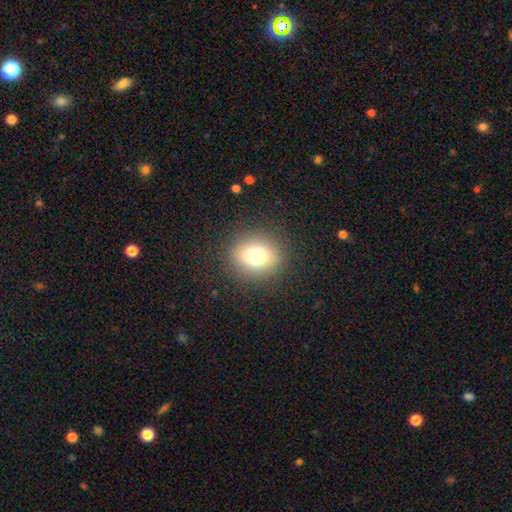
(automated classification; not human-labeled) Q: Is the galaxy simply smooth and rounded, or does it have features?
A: smooth — 73%.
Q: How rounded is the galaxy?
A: round — 72%.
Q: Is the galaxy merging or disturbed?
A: none — 87%.